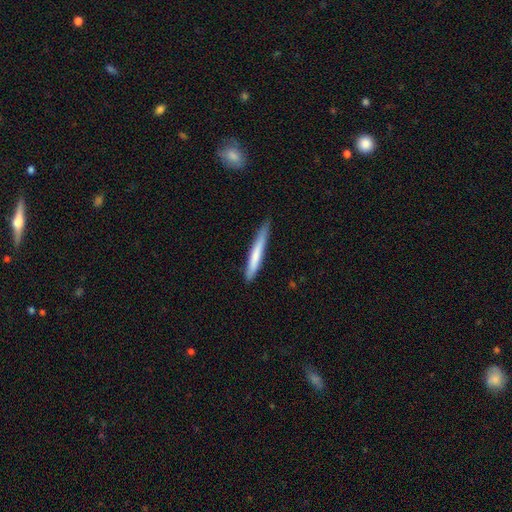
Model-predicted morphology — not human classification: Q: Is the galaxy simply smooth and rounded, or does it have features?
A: smooth — 69%.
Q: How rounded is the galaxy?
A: cigar-shaped — 96%.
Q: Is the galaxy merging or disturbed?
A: none — 75%.